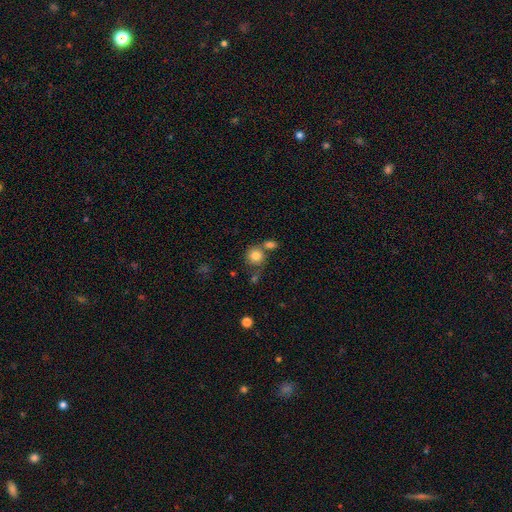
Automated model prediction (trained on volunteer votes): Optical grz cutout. It shows a smooth galaxy with no disk features (82%) that is round (87%). Merging: none (55%).